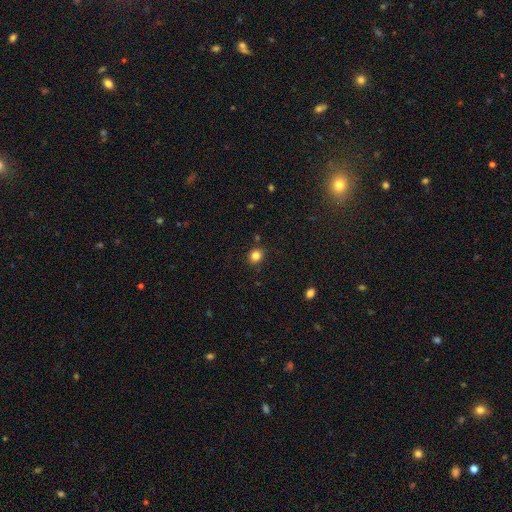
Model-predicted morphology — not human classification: The model was most divided on "how rounded": round: 75%, in between: 24%, cigar-shaped: 1%. More confident: merging — none (86%); smooth or featured — smooth (83%).